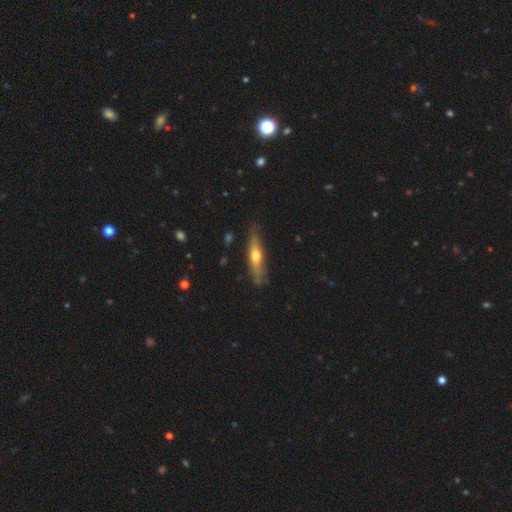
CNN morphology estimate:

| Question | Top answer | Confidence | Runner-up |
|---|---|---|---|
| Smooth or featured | featured or disk | 52% | smooth (42%) |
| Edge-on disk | yes | 87% | no (13%) |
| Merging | none | 82% | minor disturbance (14%) |